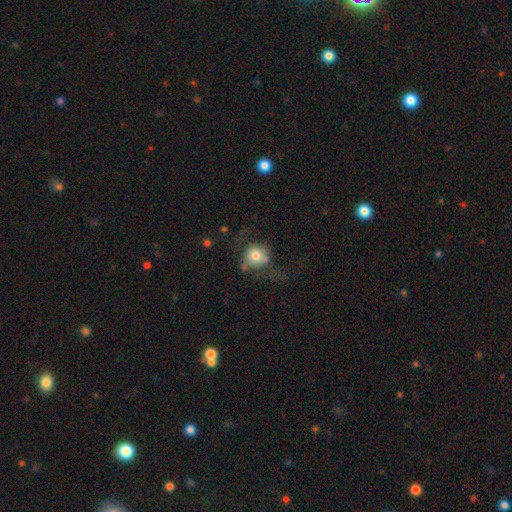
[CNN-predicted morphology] Smooth or featured?
  - smooth: 71% *
  - featured or disk: 20%
  - star or artifact: 9%
How rounded?
  - round: 83% *
  - in between: 16%
  - cigar-shaped: 1%
Merging?
  - none: 46% *
  - major disturbance: 23%
  - minor disturbance: 23%
  - merger: 8%